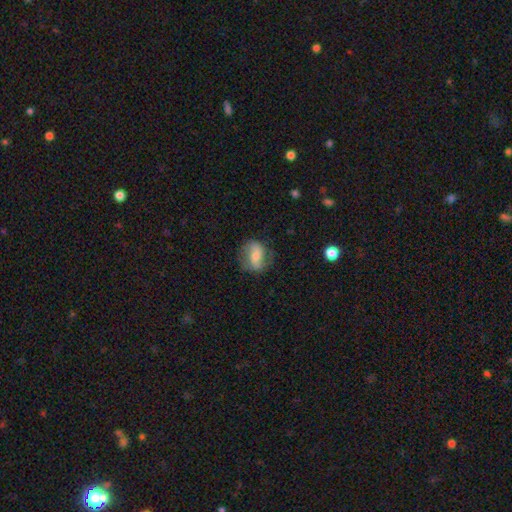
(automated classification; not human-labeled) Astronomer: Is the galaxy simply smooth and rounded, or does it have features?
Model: featured or disk — 48% (runner-up: smooth, 43%).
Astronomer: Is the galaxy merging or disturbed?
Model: none — 73%.